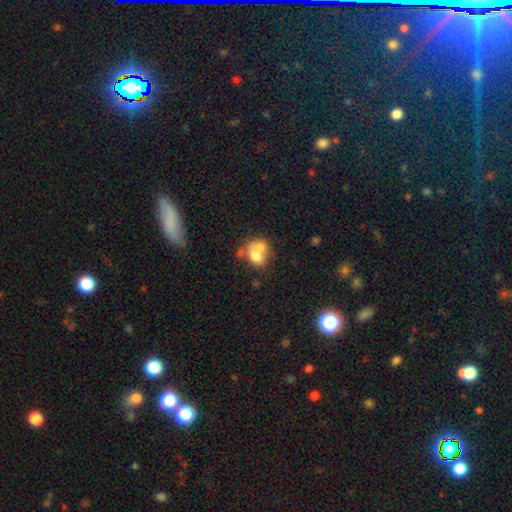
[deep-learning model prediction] Smooth or featured?
  - smooth: 64% *
  - featured or disk: 26%
  - star or artifact: 10%
How rounded?
  - in between: 56% *
  - round: 43%
  - cigar-shaped: 1%
Merging?
  - merger: 61% *
  - none: 23%
  - minor disturbance: 10%
  - major disturbance: 7%